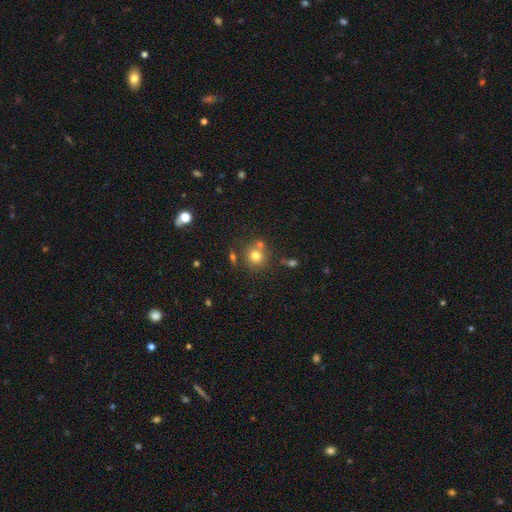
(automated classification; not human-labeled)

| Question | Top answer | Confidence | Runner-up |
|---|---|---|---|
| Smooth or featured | smooth | 75% | star or artifact (14%) |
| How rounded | round | 88% | in between (11%) |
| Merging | none | 67% | merger (19%) |